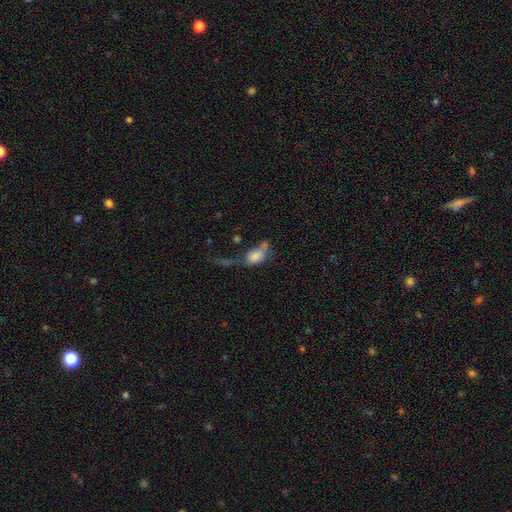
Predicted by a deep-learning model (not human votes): smooth_or_featured: smooth (p=0.70) [alt: featured or disk p=0.19]
how_rounded: in between (p=0.80) [alt: round p=0.17]
merging: merger (p=0.37) [alt: major disturbance p=0.27]